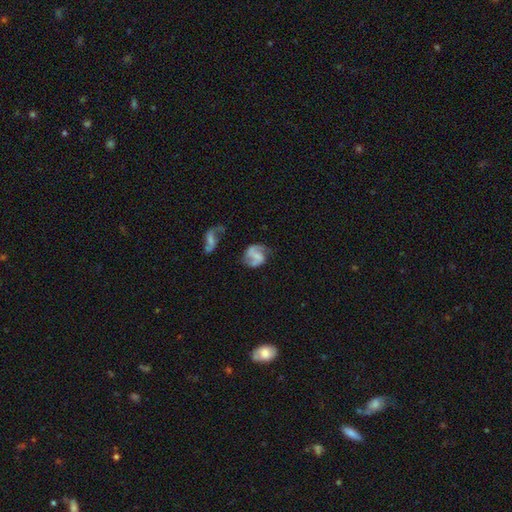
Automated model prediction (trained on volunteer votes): Smooth or featured?
  - featured or disk: 83% *
  - smooth: 11%
  - star or artifact: 6%
Edge-on disk?
  - no: 98% *
  - yes: 2%
Bar?
  - weak: 44% *
  - no: 30%
  - strong: 26%
Spiral arms?
  - yes: 95% *
  - no: 5%
Spiral winding?
  - medium: 48% *
  - loose: 35%
  - tight: 17%
Spiral arm count?
  - 2: 91% *
  - can't tell: 3%
  - 1: 3%
  - 3: 1%
  - 4: 1%
  - more than 4: 1%
Bulge size?
  - none: 45% *
  - small: 33%
  - moderate: 17%
  - large: 3%
  - dominant: 1%
Merging?
  - none: 67% *
  - minor disturbance: 19%
  - major disturbance: 9%
  - merger: 5%